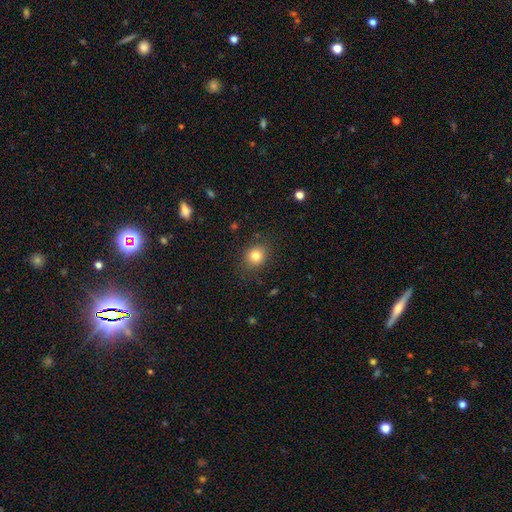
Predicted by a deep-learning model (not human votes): Smooth or featured? smooth (81%)
How rounded? round (75%)
Merging? none (86%)